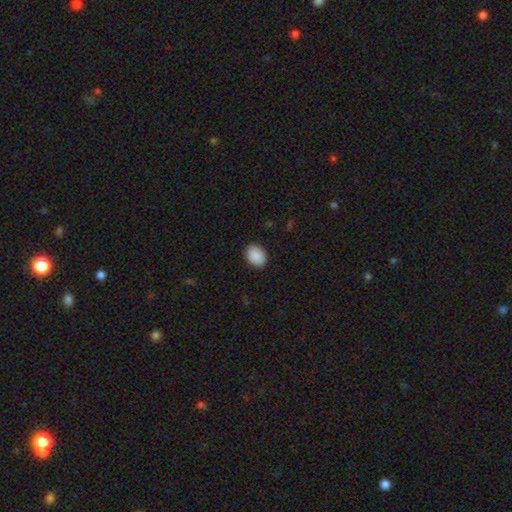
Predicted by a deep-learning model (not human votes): smooth_or_featured: smooth (p=0.90) [alt: star or artifact p=0.07]
how_rounded: in between (p=0.66) [alt: round p=0.33]
merging: none (p=0.89) [alt: minor disturbance p=0.08]